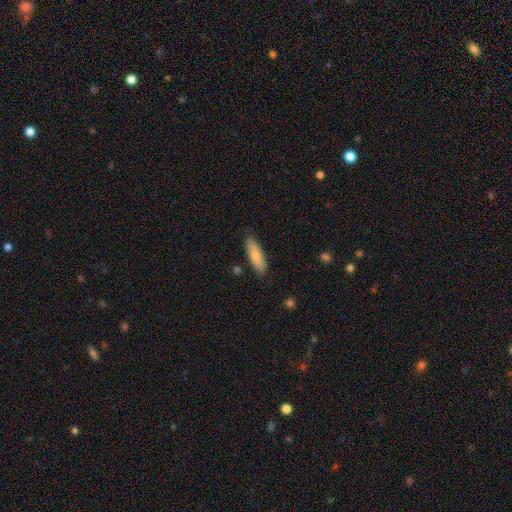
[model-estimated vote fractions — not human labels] Overall: smooth (79%). How rounded: in between (51%; cigar-shaped 47%). Merging: none (85%).